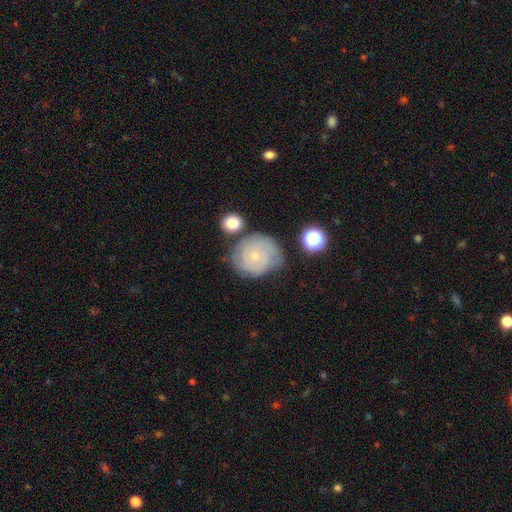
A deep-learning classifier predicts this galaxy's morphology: Smooth or featured? Predicted: featured or disk (p=0.73). Edge-on disk? Predicted: no (p=0.98). Bar? Predicted: no (p=0.79). Spiral arms? Predicted: yes (p=0.92). Spiral winding? Predicted: tight (p=0.75). Spiral arm count? Predicted: can't tell (p=0.33). Bulge size? Predicted: small (p=0.80). Merging? Predicted: none (p=0.66).